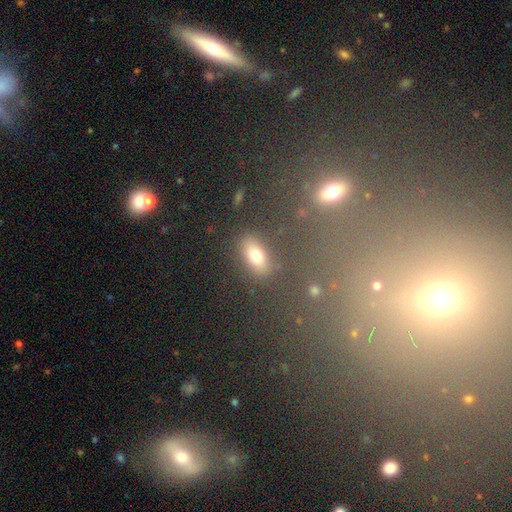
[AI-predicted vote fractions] This is likely a smooth galaxy (73%). How rounded: likely in between (79%). Merging: clearly none (82%).